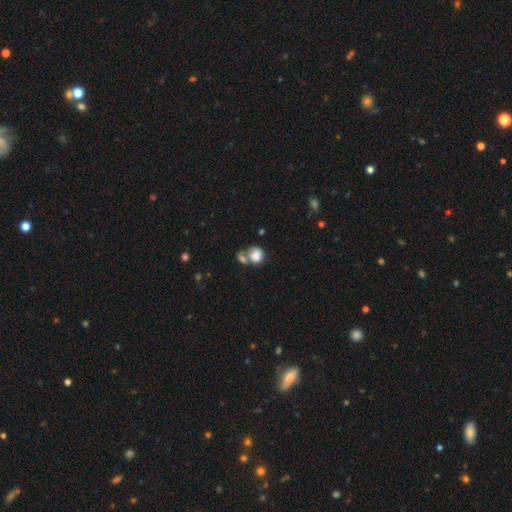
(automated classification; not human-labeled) smooth_or_featured: smooth (p=0.80) [alt: featured or disk p=0.11]
how_rounded: round (p=0.68) [alt: in between p=0.31]
merging: merger (p=0.48) [alt: none p=0.32]